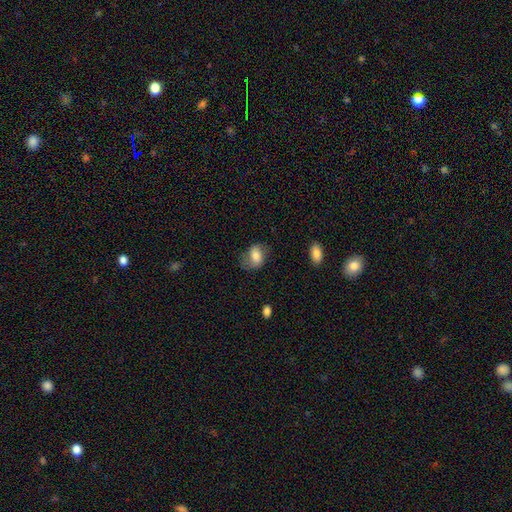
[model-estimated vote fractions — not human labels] Morphology: type=smooth (68%); roundness=in between (74%); merging=none (59%).